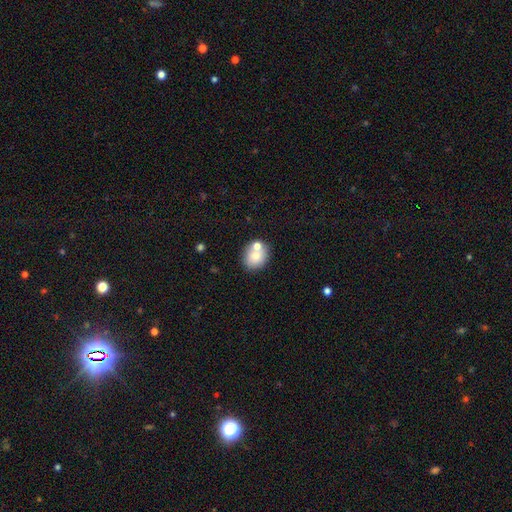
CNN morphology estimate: The model was most divided on "how rounded": round: 64%, in between: 35%, cigar-shaped: 1%. More confident: smooth or featured — smooth (72%); merging — none (60%).